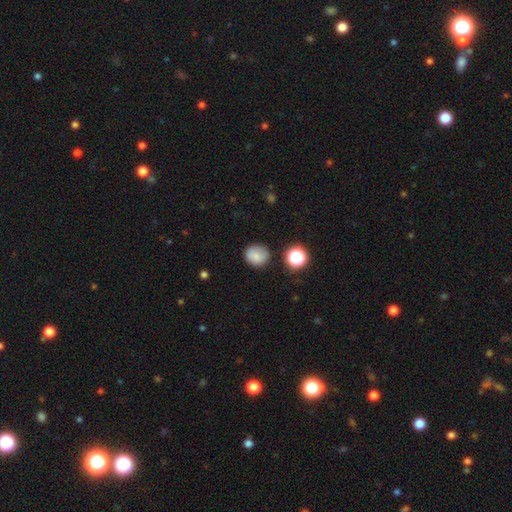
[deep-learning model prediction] This is clearly a smooth galaxy (80%). How rounded: clearly round (82%). Merging: clearly none (81%).